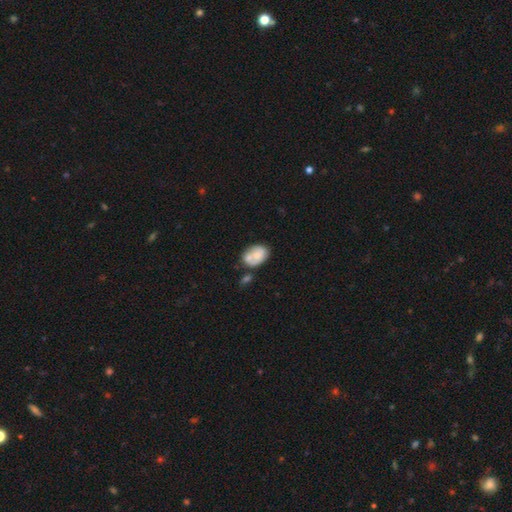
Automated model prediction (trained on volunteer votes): A smooth galaxy with no disk features (63%) that is in between round and cigar-shaped (79%). Merging: merger (38%).